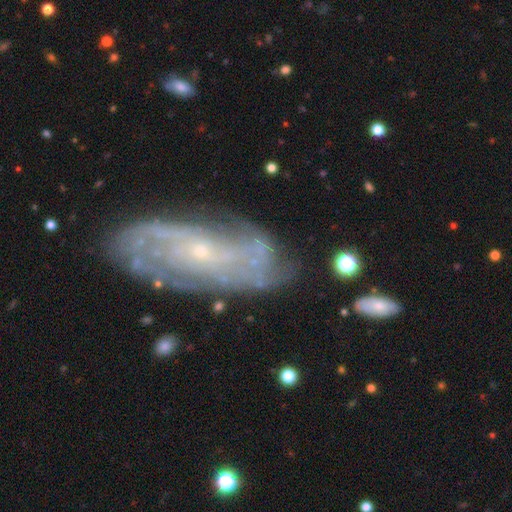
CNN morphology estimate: Smooth or featured? featured or disk (79%)
Edge-on disk? no (90%)
Bar? no (72%)
Spiral arms? yes (84%)
Spiral winding? tight (44%)
Spiral arm count? can't tell (48%)
Bulge size? small (78%)
Merging? none (66%)